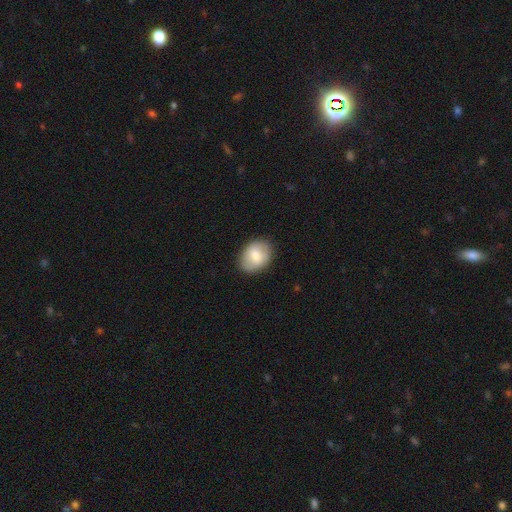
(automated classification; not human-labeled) A smooth galaxy with no disk features (70%) that is in between round and cigar-shaped (65%). Merging: none (85%).